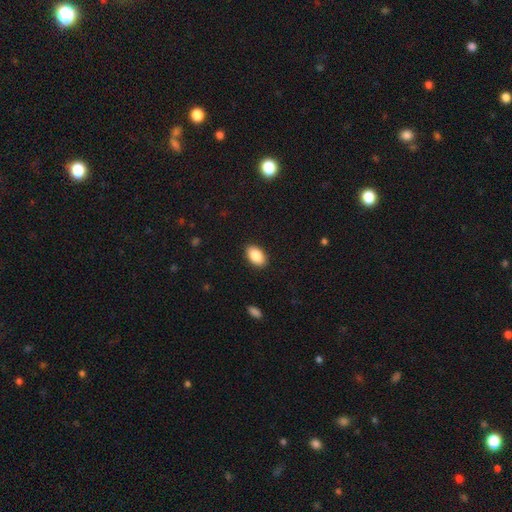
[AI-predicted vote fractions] A smooth galaxy with no disk features (87%) that is in between round and cigar-shaped (92%).

Vote fractions:
- Smooth or featured? smooth: 87% / star or artifact: 7% / featured or disk: 6%
- How rounded? in between: 92% / round: 6% / cigar-shaped: 1%
- Merging? none: 90% / minor disturbance: 7% / major disturbance: 2% / merger: 1%